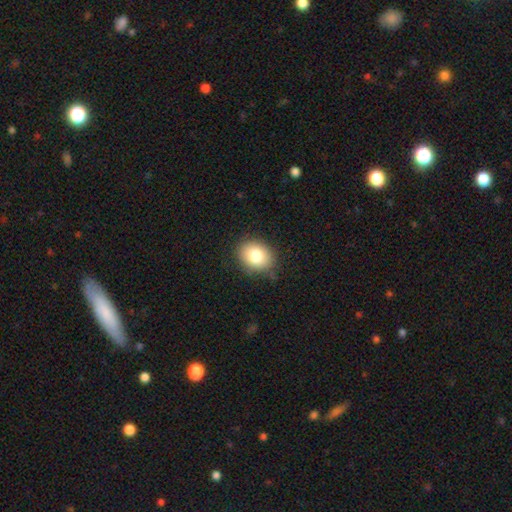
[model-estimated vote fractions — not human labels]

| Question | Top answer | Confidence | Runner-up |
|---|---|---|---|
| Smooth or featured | smooth | 80% | featured or disk (10%) |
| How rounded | in between | 56% | round (43%) |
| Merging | none | 83% | minor disturbance (13%) |